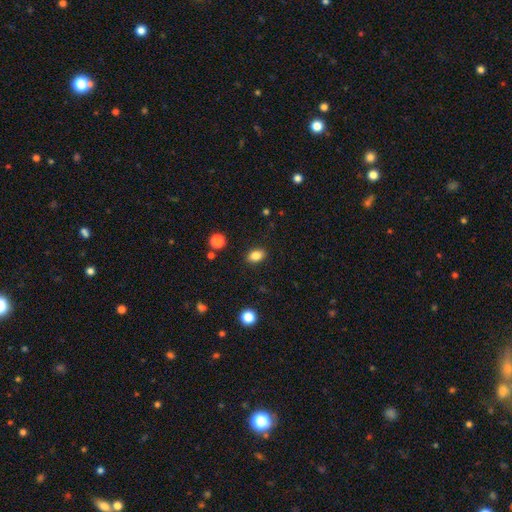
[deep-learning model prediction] A smooth galaxy with no disk features (84%) that is in between round and cigar-shaped (80%). Merging: none (88%).